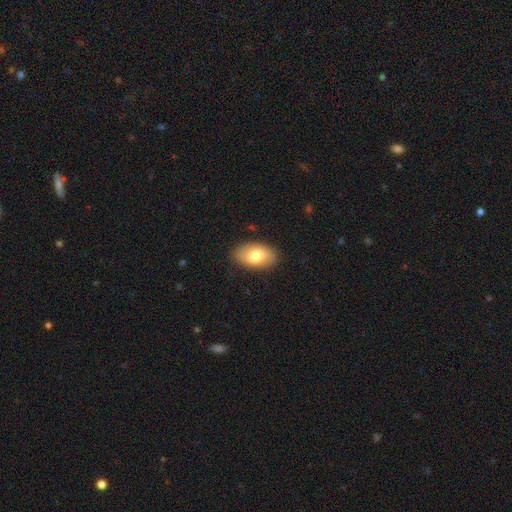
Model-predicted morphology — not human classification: type=smooth (76%); roundness=in between (93%); merging=none (87%).